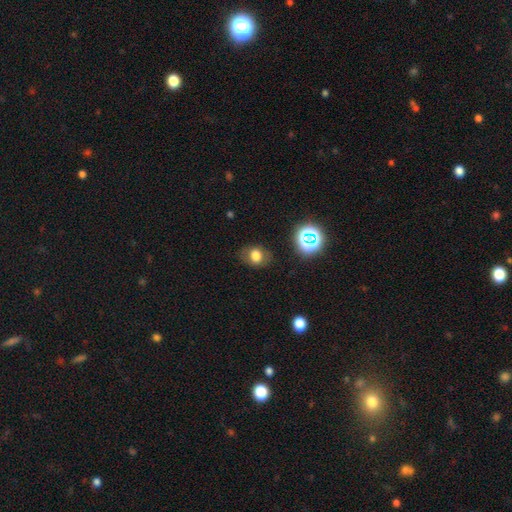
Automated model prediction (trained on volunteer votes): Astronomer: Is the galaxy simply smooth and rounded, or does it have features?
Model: smooth — 71%.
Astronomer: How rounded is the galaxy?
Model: round — 50% (runner-up: in between, 49%).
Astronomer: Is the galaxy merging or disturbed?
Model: none — 78%.